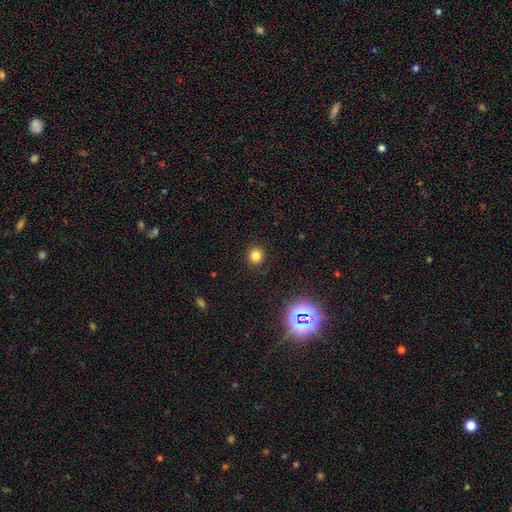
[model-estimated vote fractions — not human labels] smooth 80%, star or artifact 15%, featured or disk 5%. Down the decision tree: how rounded — round (90%); merging — none (90%).